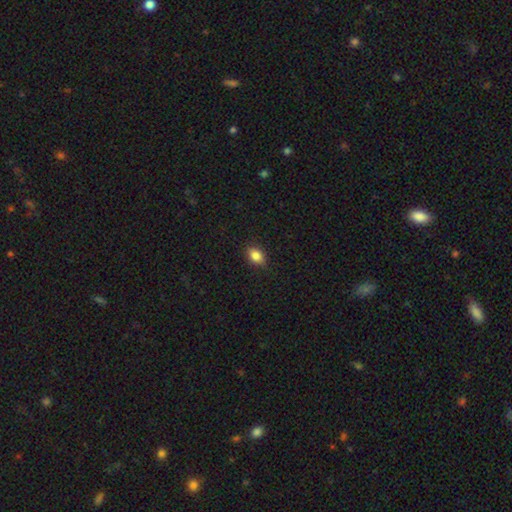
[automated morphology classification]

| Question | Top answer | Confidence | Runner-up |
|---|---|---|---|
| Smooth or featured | smooth | 84% | star or artifact (10%) |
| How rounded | in between | 71% | round (27%) |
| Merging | none | 85% | minor disturbance (11%) |